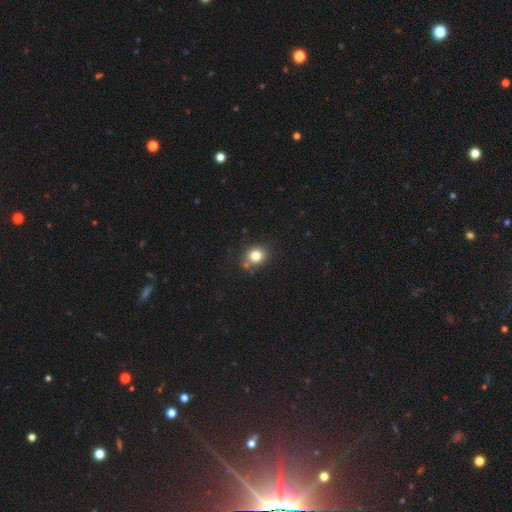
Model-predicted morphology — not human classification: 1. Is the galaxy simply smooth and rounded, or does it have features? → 80% smooth, 12% star or artifact, 8% featured or disk.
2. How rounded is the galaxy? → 74% round, 25% in between, 1% cigar-shaped.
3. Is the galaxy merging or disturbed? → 76% none, 13% minor disturbance, 8% merger, 4% major disturbance.